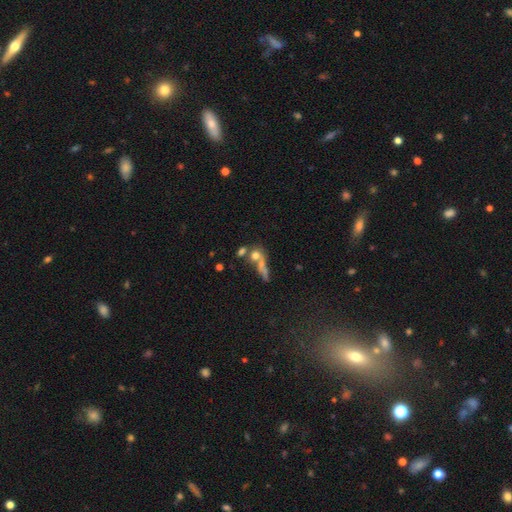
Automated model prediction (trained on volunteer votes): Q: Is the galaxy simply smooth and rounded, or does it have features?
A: smooth — 59%.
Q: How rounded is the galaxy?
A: round — 45%.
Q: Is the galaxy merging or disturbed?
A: merger — 43%.